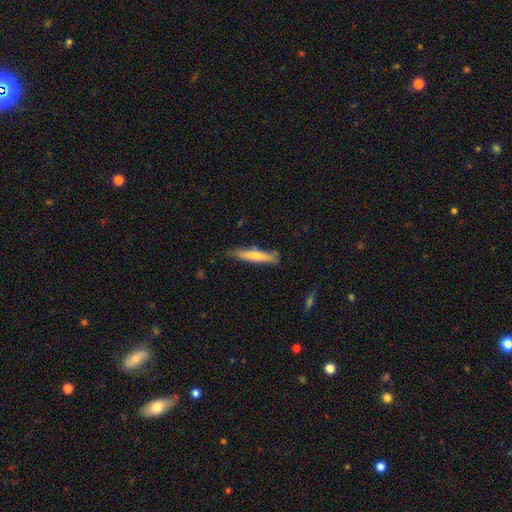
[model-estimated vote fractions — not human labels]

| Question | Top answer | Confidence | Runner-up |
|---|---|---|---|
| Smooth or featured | smooth | 67% | featured or disk (27%) |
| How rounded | cigar-shaped | 89% | in between (10%) |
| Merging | none | 77% | minor disturbance (18%) |